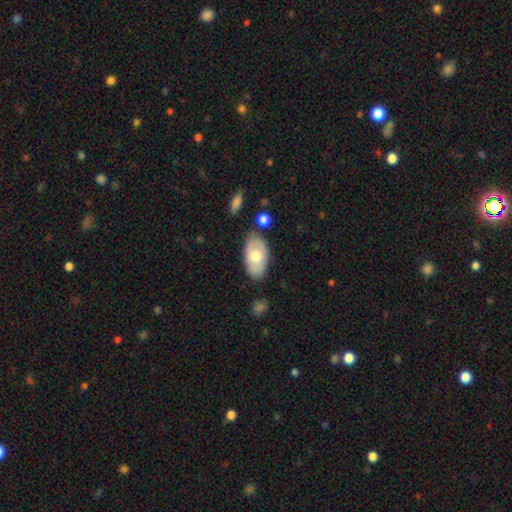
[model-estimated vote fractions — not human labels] A smooth galaxy with no disk features (62%) that is in between round and cigar-shaped (93%).

Vote fractions:
- Smooth or featured? smooth: 62% / featured or disk: 32% / star or artifact: 6%
- How rounded? in between: 93% / round: 4% / cigar-shaped: 2%
- Merging? none: 72% / minor disturbance: 19% / merger: 5% / major disturbance: 4%